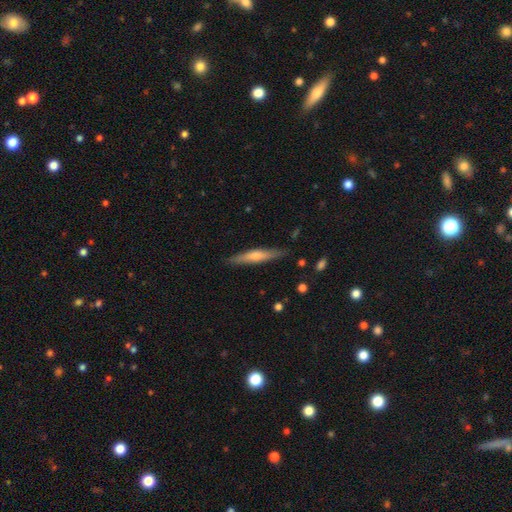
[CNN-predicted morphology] Smooth or featured? Predicted: featured or disk (p=0.48). Merging? Predicted: none (p=0.87).